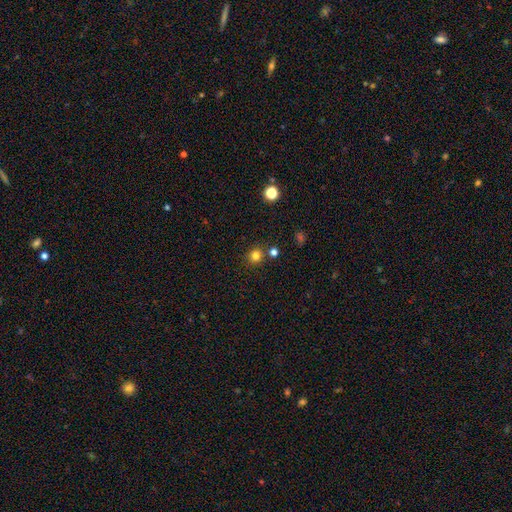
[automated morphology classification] Smooth or featured? smooth (79%)
How rounded? round (88%)
Merging? none (81%)